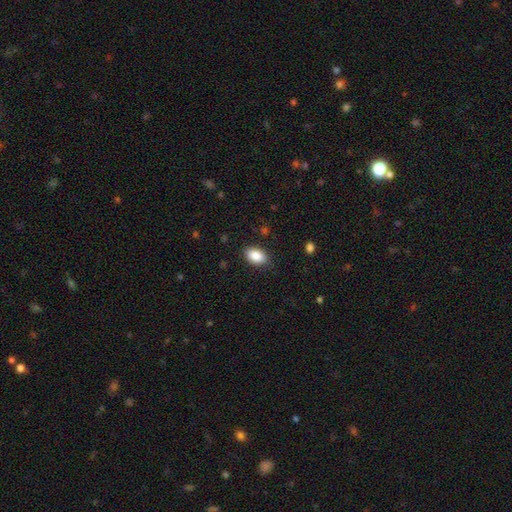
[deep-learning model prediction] A smooth galaxy with no disk features (87%) that is in between round and cigar-shaped (88%).

Vote fractions:
- Smooth or featured? smooth: 87% / star or artifact: 7% / featured or disk: 5%
- How rounded? in between: 88% / round: 11% / cigar-shaped: 1%
- Merging? none: 86% / minor disturbance: 11% / major disturbance: 3% / merger: 1%